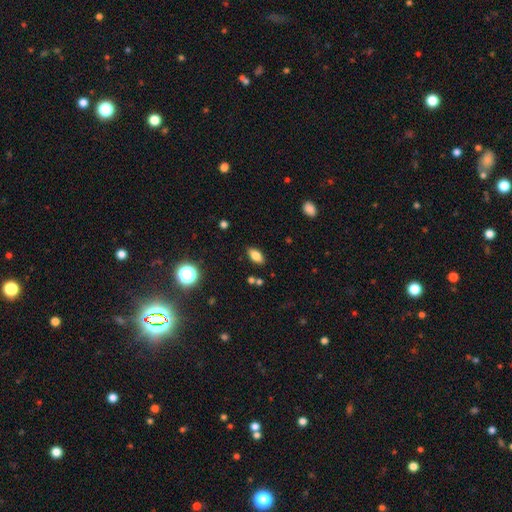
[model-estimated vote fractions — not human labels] Smooth or featured: smooth — 78% (featured or disk — 11%)
How rounded: in between — 88% (cigar-shaped — 7%)
Merging: none — 86% (minor disturbance — 9%)